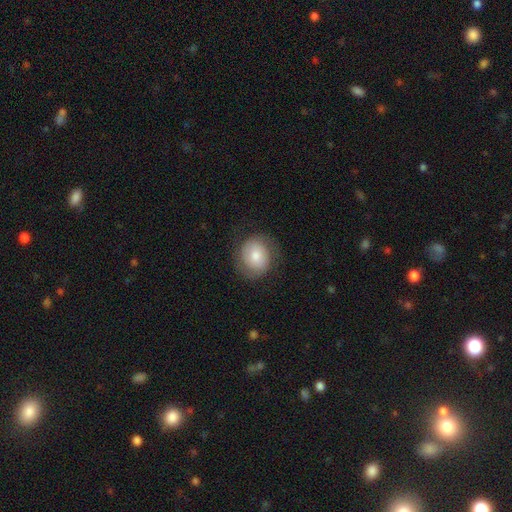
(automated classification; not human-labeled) Morphology: type=smooth (61%); roundness=round (68%); merging=none (75%).